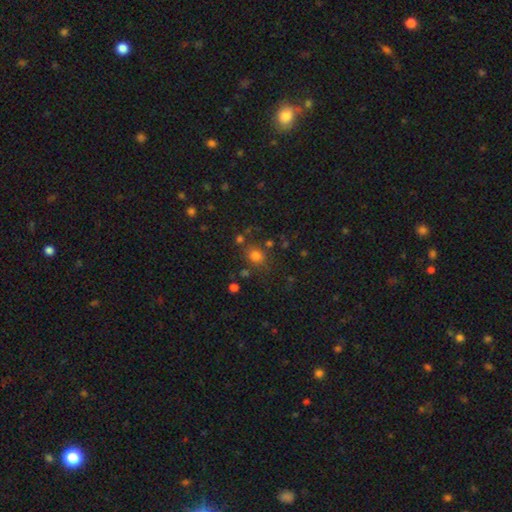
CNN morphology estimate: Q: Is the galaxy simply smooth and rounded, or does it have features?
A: smooth — 73%.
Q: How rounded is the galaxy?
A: round — 64%.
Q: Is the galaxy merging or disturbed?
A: none — 72%.